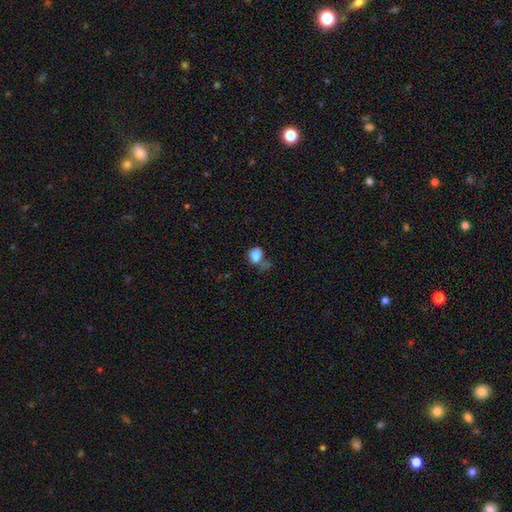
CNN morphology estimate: type=smooth (77%); roundness=in between (51%); merging=none (31%).